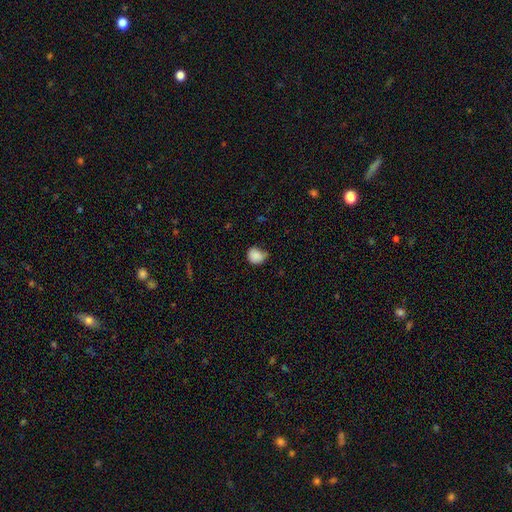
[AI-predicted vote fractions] Morphology: type=smooth (86%); roundness=round (74%); merging=none (52%).